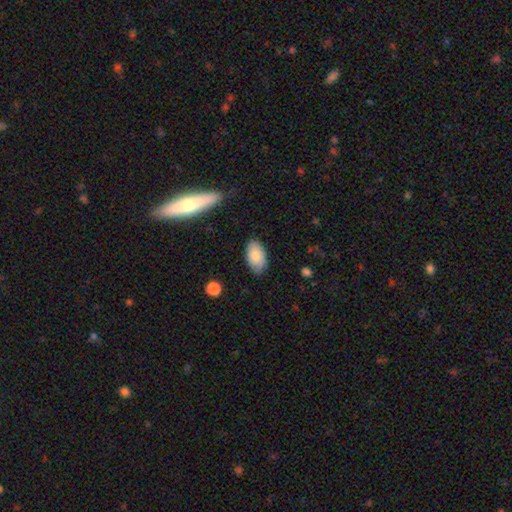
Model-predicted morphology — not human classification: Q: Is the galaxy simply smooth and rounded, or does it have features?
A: smooth — 85%.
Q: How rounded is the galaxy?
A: in between — 95%.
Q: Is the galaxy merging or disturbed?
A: none — 82%.